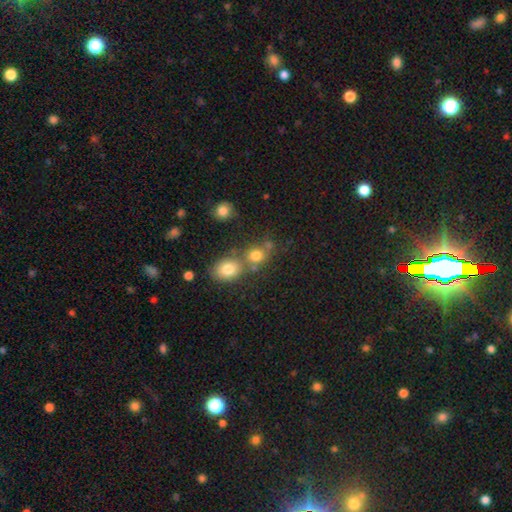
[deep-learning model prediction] The model was most divided on "merging": none: 46%, merger: 39%, minor disturbance: 10%, major disturbance: 5%. More confident: smooth or featured — smooth (73%); how rounded — round (65%).